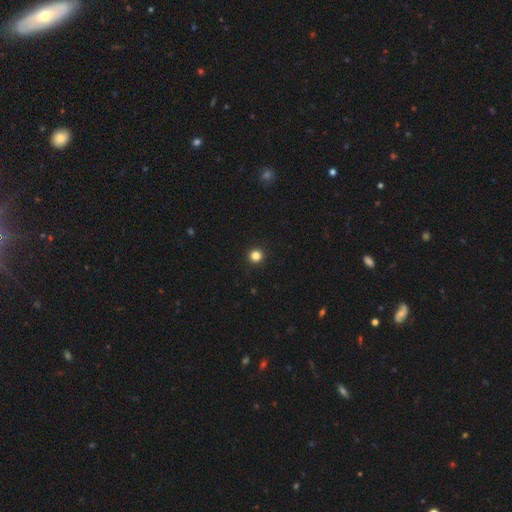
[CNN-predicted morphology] The model was most divided on "smooth or featured": smooth: 83%, star or artifact: 13%, featured or disk: 4%. More confident: how rounded — round (96%); merging — none (94%).